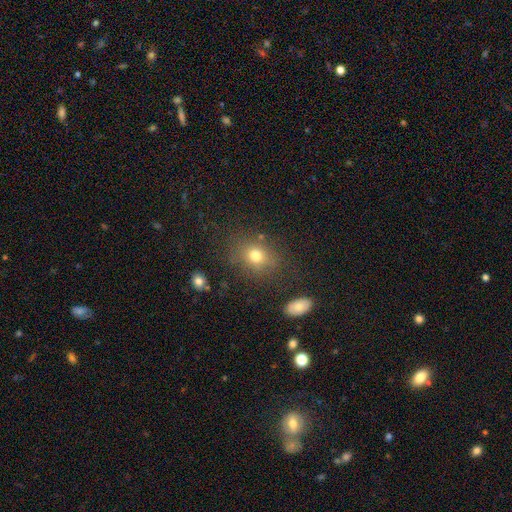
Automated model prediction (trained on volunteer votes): A smooth galaxy with no disk features (76%) that is round (54%).

Vote fractions:
- Smooth or featured? smooth: 76% / star or artifact: 14% / featured or disk: 10%
- How rounded? round: 54% / in between: 45% / cigar-shaped: 1%
- Merging? none: 77% / minor disturbance: 13% / major disturbance: 6% / merger: 4%